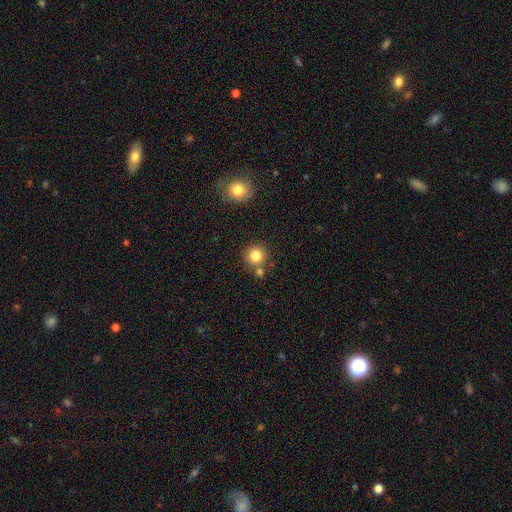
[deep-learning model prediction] smooth-or-featured: smooth: 82% | star or artifact: 11% | featured or disk: 6%
  how-rounded: round: 93% | in between: 6% | cigar-shaped: 1%
  merging: none: 74% | merger: 16% | minor disturbance: 8% | major disturbance: 3%